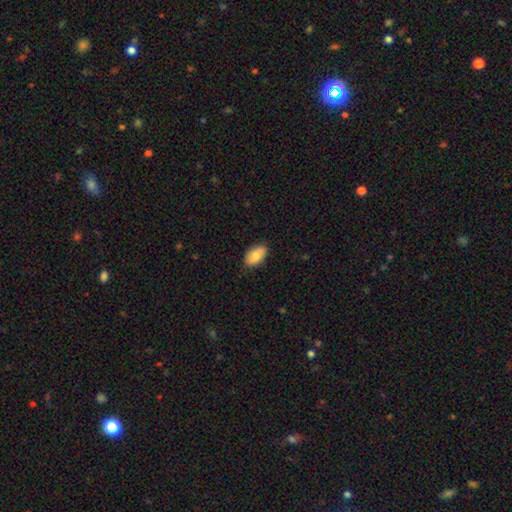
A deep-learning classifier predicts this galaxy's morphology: type=smooth (82%); roundness=in between (93%); merging=none (84%).